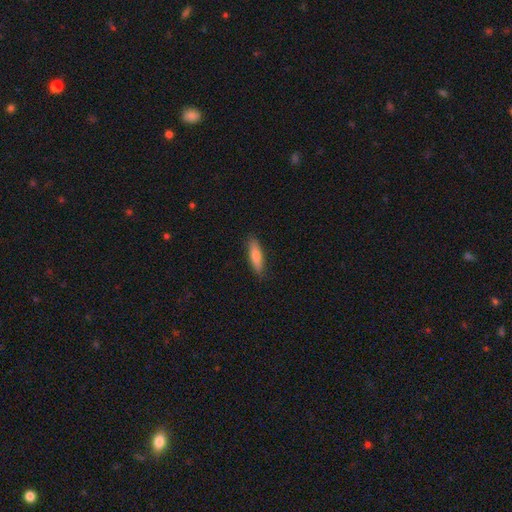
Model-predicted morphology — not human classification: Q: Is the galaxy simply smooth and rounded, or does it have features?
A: smooth — 77%.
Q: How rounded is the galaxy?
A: cigar-shaped — 67%.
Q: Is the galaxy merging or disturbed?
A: none — 88%.